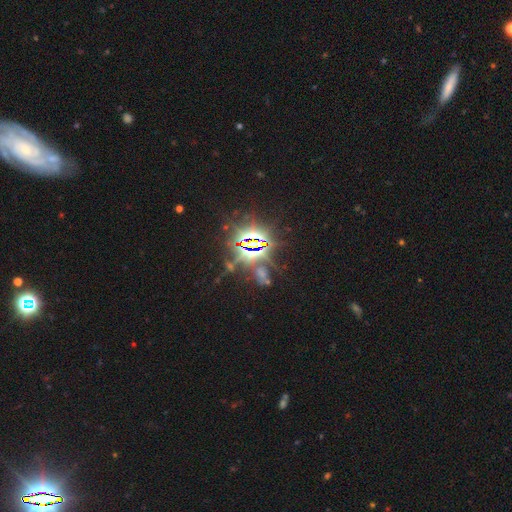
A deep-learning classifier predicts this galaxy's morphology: Overall: star or artifact (86%).